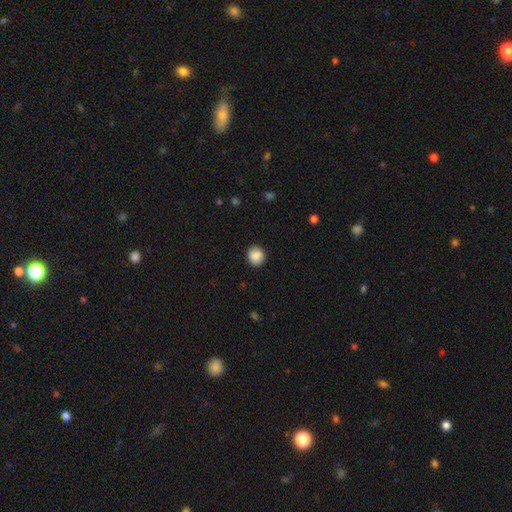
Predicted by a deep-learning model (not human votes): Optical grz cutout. It shows a smooth galaxy with no disk features (88%) that is round (81%). Merging: none (89%).